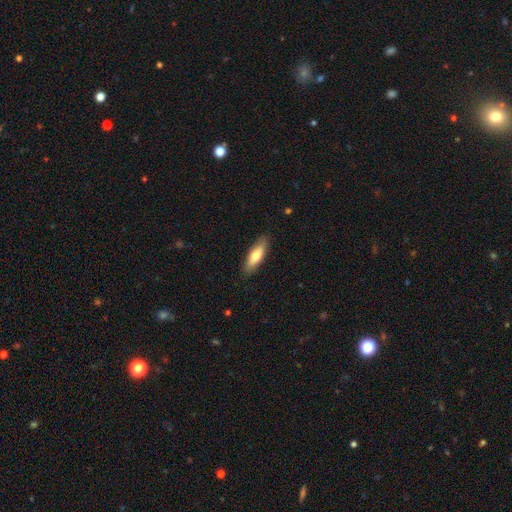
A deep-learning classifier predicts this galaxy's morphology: Smooth or featured: smooth — 71% (featured or disk — 23%)
How rounded: in between — 54% (cigar-shaped — 44%)
Merging: none — 88% (minor disturbance — 9%)